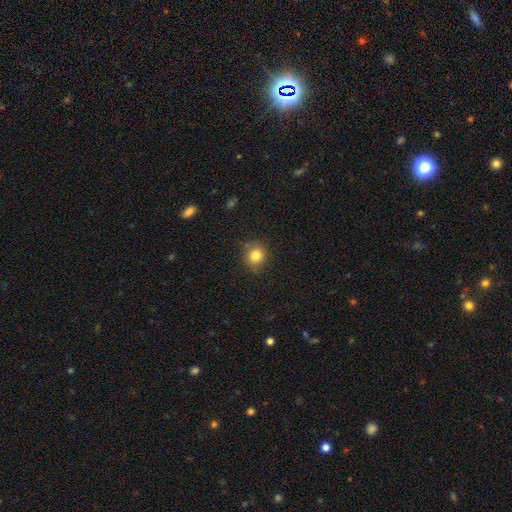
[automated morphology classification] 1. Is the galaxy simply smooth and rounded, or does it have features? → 82% smooth, 11% star or artifact, 7% featured or disk.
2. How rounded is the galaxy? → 86% round, 13% in between, 1% cigar-shaped.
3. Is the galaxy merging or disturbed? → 84% none, 12% minor disturbance, 3% major disturbance, 1% merger.